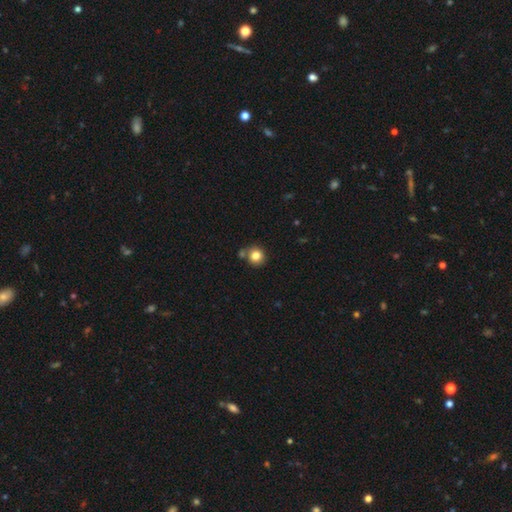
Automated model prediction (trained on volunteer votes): Morphology: type=smooth (81%); roundness=round (90%); merging=none (71%).